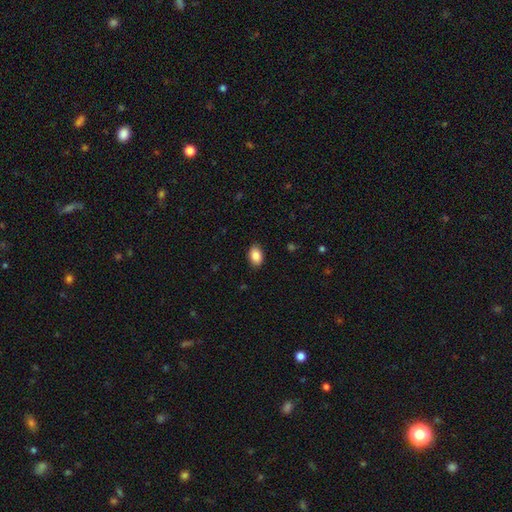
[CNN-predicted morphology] A smooth galaxy with no disk features (87%) that is in between round and cigar-shaped (87%). Merging: none (88%).